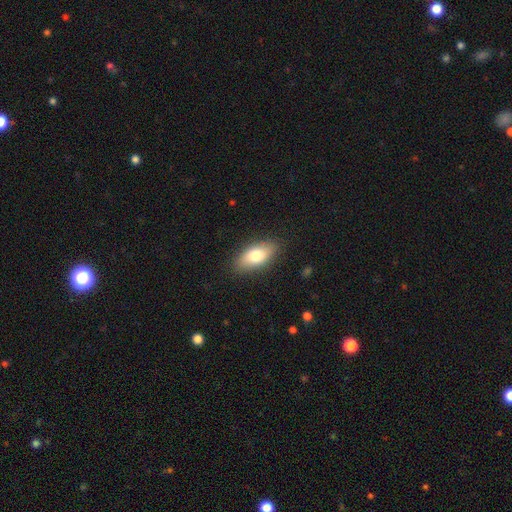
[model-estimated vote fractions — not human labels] Q: Smooth or featured?
A: smooth (75%); runner-up: featured or disk (18%)
Q: How rounded?
A: in between (88%); runner-up: cigar-shaped (8%)
Q: Merging?
A: none (86%); runner-up: minor disturbance (10%)